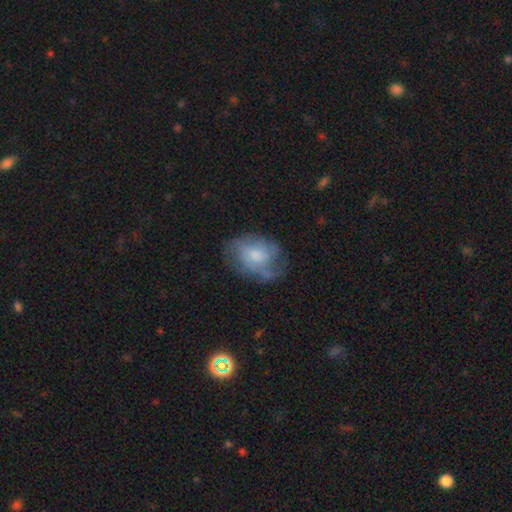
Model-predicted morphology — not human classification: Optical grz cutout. It shows a featured or disk galaxy (50%). Merging: none (53%).